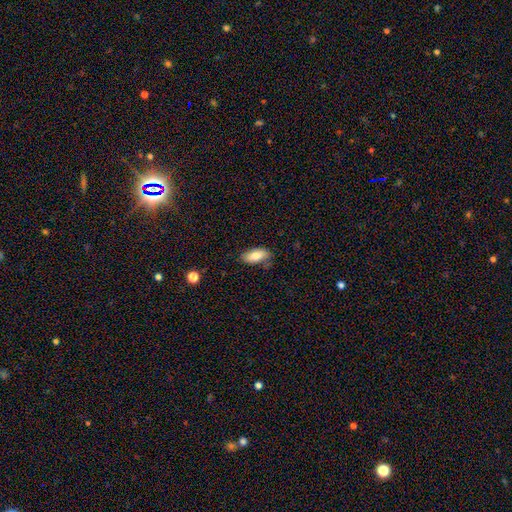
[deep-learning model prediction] smooth 79%, featured or disk 14%, star or artifact 7%. Down the decision tree: how rounded — in between (89%); merging — none (71%).